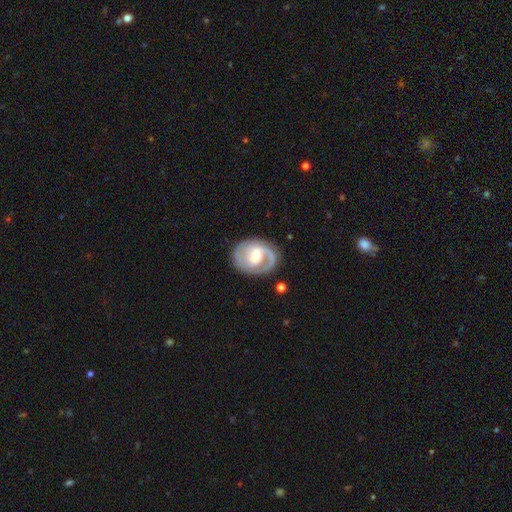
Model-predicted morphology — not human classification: This is clearly a featured or disk galaxy (81%). It is clearly not viewed edge-on (97%). Bar: possibly weak (47%). Spiral arm pattern: clearly yes (92%). Spiral arm count: likely 2 (71%). Spiral winding: possibly tight (46%). Central bulge: likely moderate (64%). Merging: likely none (80%).